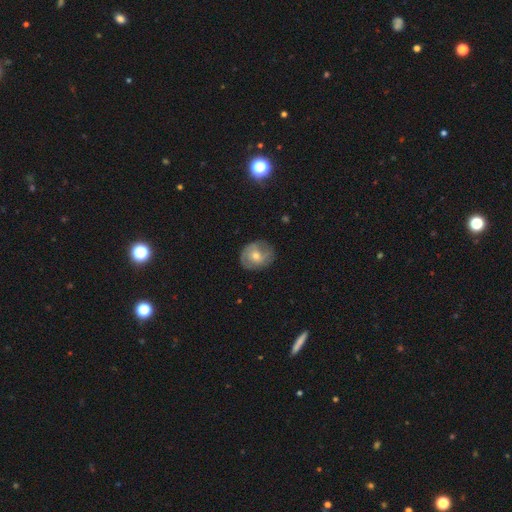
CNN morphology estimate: Smooth or featured? Predicted: smooth (p=0.48). Merging? Predicted: none (p=0.76).